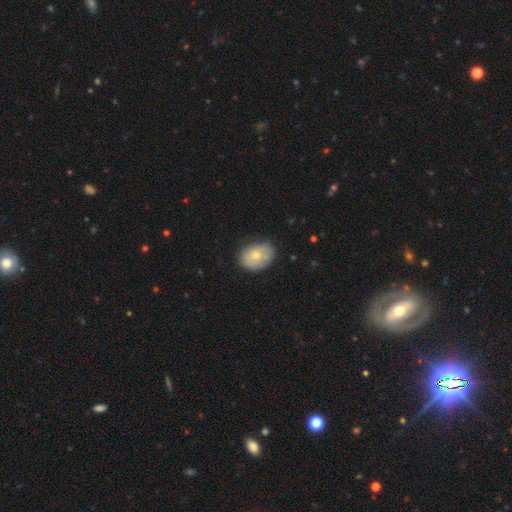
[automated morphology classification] smooth_or_featured: smooth (p=0.67) [alt: featured or disk p=0.26]
how_rounded: in between (p=0.67) [alt: round p=0.32]
merging: none (p=0.71) [alt: minor disturbance p=0.22]